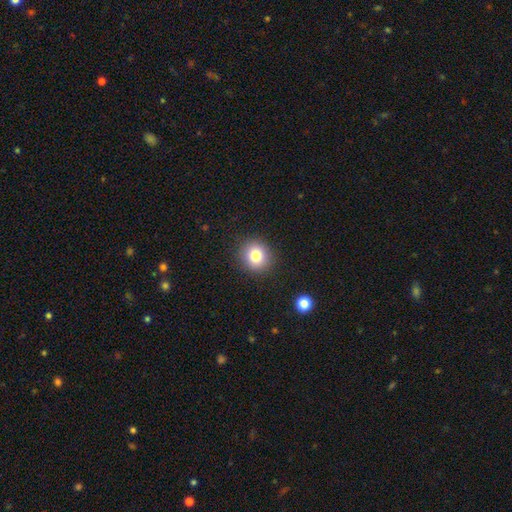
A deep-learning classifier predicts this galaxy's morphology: Smooth or featured?
  - smooth: 80% *
  - star or artifact: 12%
  - featured or disk: 8%
How rounded?
  - round: 86% *
  - in between: 13%
  - cigar-shaped: 1%
Merging?
  - none: 90% *
  - minor disturbance: 6%
  - major disturbance: 2%
  - merger: 1%